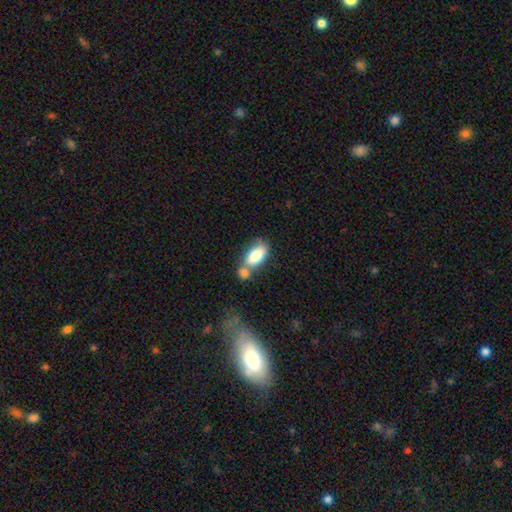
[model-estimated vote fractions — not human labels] The model was most divided on "merging": merger: 41%, none: 39%, minor disturbance: 14%, major disturbance: 6%. More confident: how rounded — in between (90%); smooth or featured — smooth (78%).